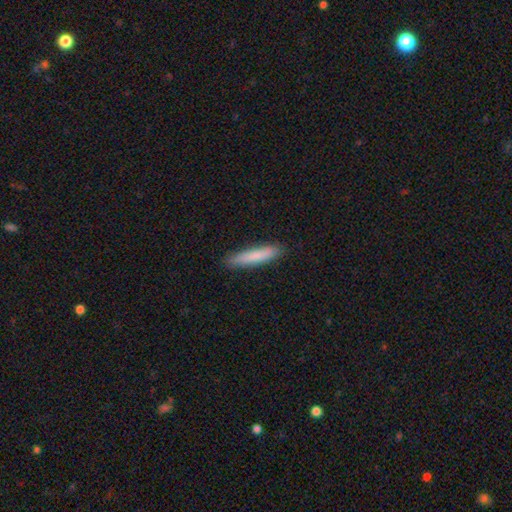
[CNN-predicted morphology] Smooth or featured? smooth (82%)
How rounded? cigar-shaped (90%)
Merging? none (88%)